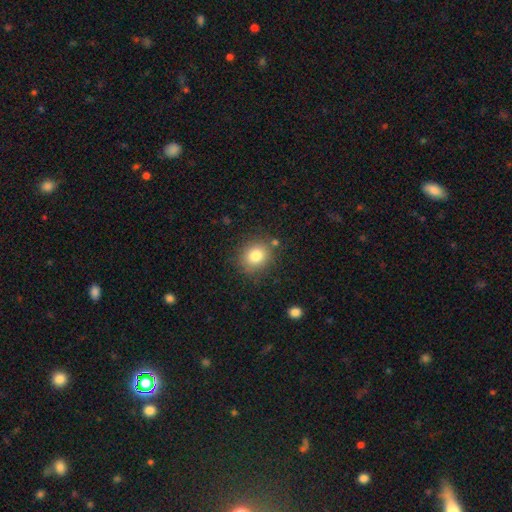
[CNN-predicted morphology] Smooth or featured? smooth (80%)
How rounded? round (78%)
Merging? none (81%)